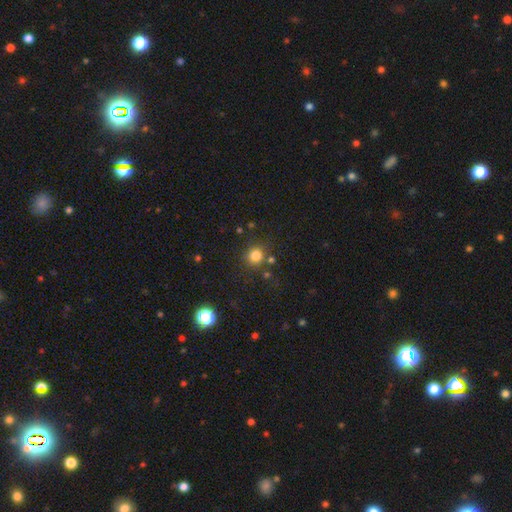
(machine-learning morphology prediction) The model was most divided on "smooth or featured": smooth: 81%, star or artifact: 14%, featured or disk: 5%. More confident: how rounded — round (88%); merging — none (79%).